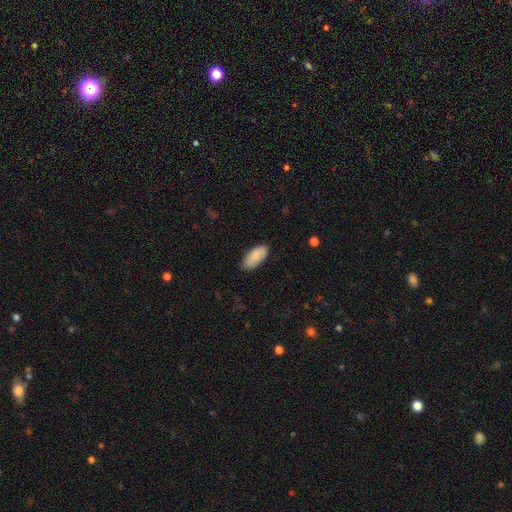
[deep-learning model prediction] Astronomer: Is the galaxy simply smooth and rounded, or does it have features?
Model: smooth — 88%.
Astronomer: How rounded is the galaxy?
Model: in between — 91%.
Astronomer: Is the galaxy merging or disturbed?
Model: none — 84%.